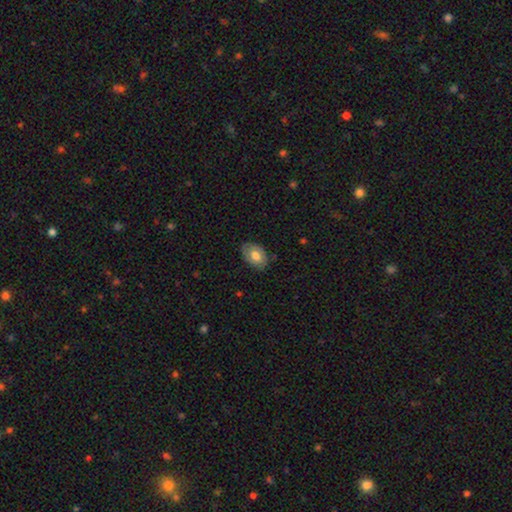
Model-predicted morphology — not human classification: A smooth galaxy with no disk features (66%) that is in between round and cigar-shaped (86%). Merging: none (78%).